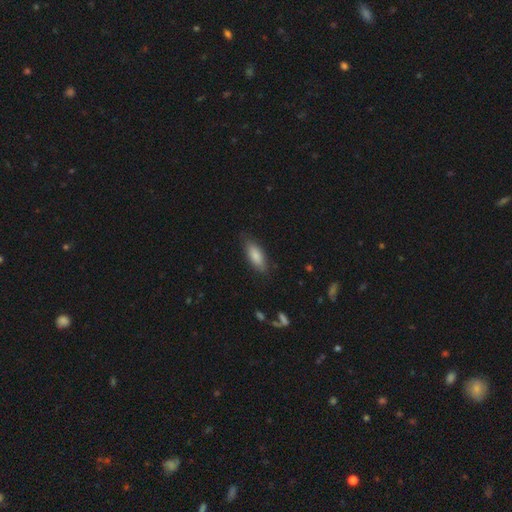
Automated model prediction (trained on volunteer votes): Morphology: type=smooth (82%); roundness=in between (72%); merging=none (81%).